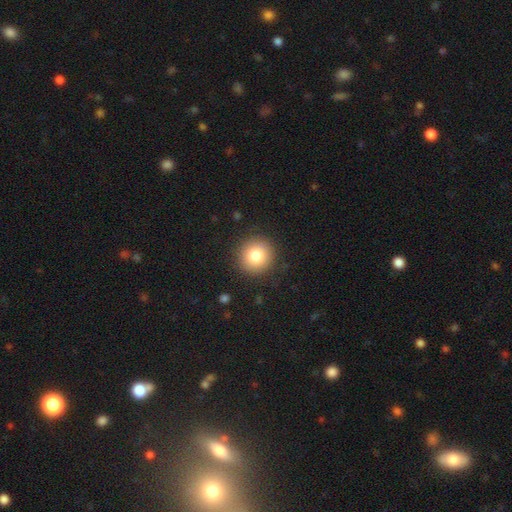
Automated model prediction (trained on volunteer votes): Morphology: type=smooth (81%); roundness=round (93%); merging=none (90%).